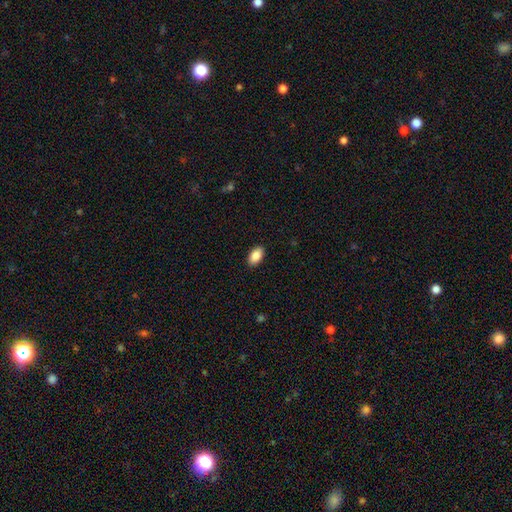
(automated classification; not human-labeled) The model was most divided on "smooth or featured": smooth: 88%, star or artifact: 7%, featured or disk: 4%. More confident: how rounded — in between (93%); merging — none (90%).